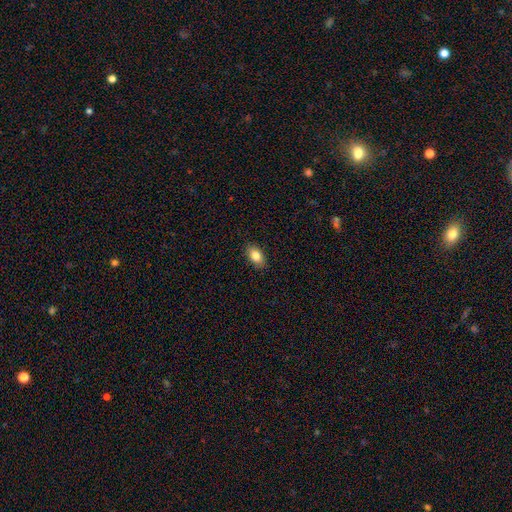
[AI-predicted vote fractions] A smooth galaxy with no disk features (84%) that is in between round and cigar-shaped (89%).

Vote fractions:
- Smooth or featured? smooth: 84% / featured or disk: 8% / star or artifact: 8%
- How rounded? in between: 89% / round: 9% / cigar-shaped: 2%
- Merging? none: 87% / minor disturbance: 10% / major disturbance: 2% / merger: 1%